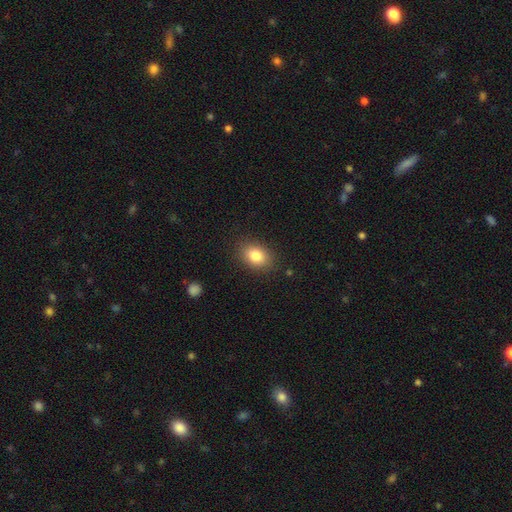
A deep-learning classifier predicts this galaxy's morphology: Overall: smooth (82%). How rounded: in between (73%). Merging: none (86%).